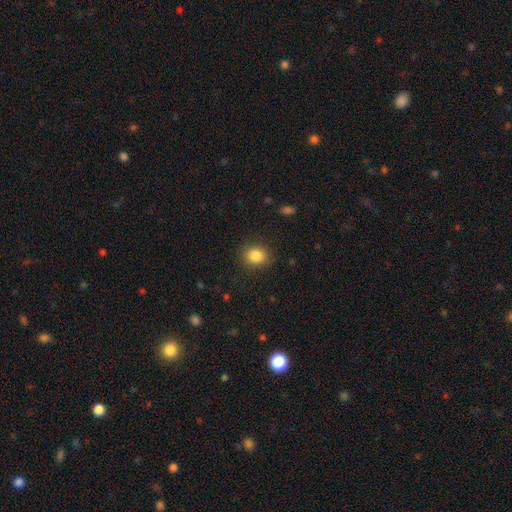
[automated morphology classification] This is clearly a smooth galaxy (84%). How rounded: likely round (68%). Merging: clearly none (88%).